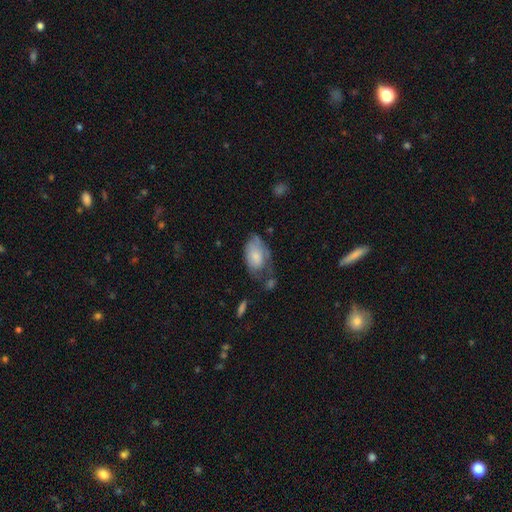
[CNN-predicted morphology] smooth-or-featured: smooth: 68% | featured or disk: 26% | star or artifact: 6%
  how-rounded: in between: 92% | round: 6% | cigar-shaped: 2%
  merging: minor disturbance: 34% (tied) | none: 34% (tied) | major disturbance: 24% | merger: 8%